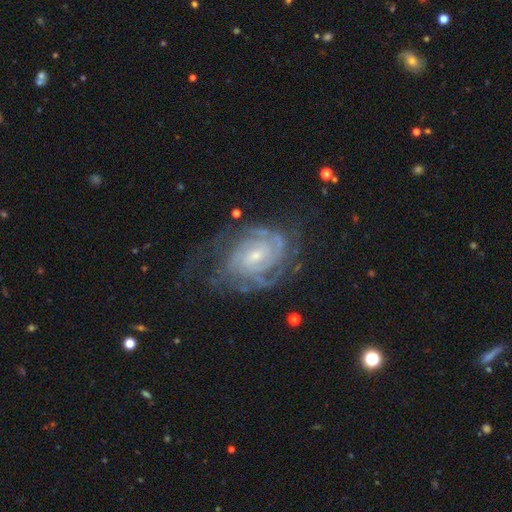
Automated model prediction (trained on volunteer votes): The model was most divided on "bar": weak: 45%, no: 42%, strong: 13%. Remaining: spiral arms — yes (97%); edge-on disk — no (97%); smooth or featured — featured or disk (89%); spiral winding — tight (73%); bulge size — small (67%); merging — none (65%); spiral arm count — 2 (36%).